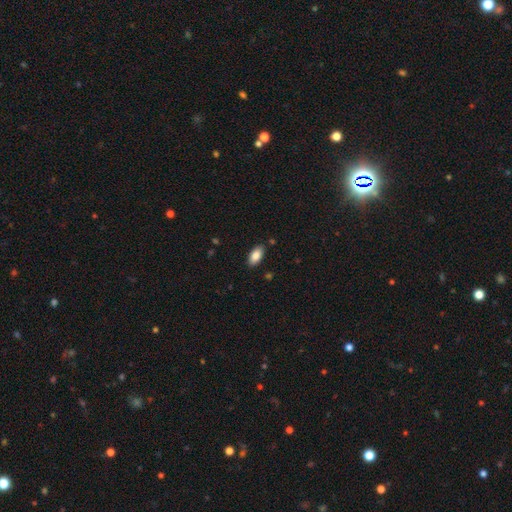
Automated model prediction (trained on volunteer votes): Overall: smooth (84%). How rounded: in between (92%). Merging: none (86%).